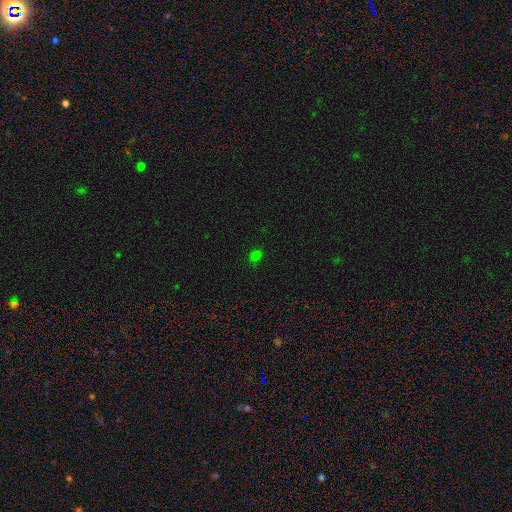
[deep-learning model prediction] Overall: smooth (71%). How rounded: round (55%; in between 44%). Merging: none (86%).